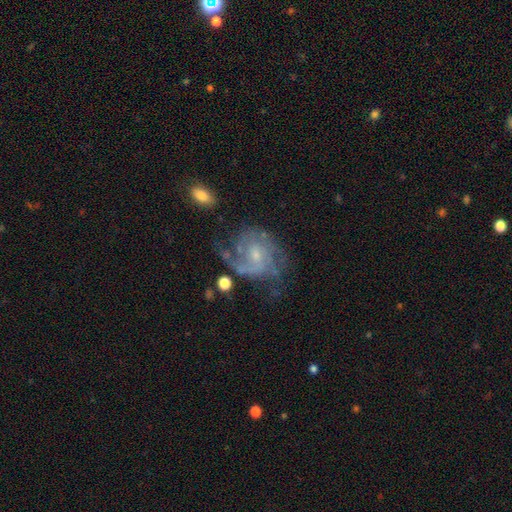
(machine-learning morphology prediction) Overall: featured or disk (81%). Edge-on disk: no (98%). Bar: no (62%; weak 33%). Spiral arms: yes (92%). Spiral arm count: 2 (39%; can't tell 28%). Spiral winding: medium (43%; tight 38%). Bulge size: small (68%). Merging: none (55%; minor disturbance 21%).